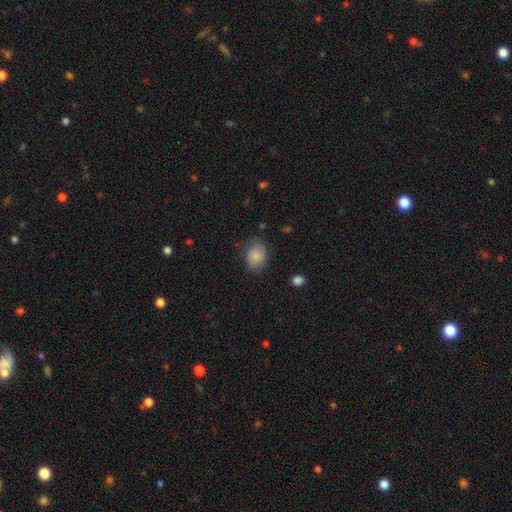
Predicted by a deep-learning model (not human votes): Smooth or featured: smooth — 85% (star or artifact — 8%)
How rounded: in between — 73% (round — 26%)
Merging: none — 75% (minor disturbance — 18%)